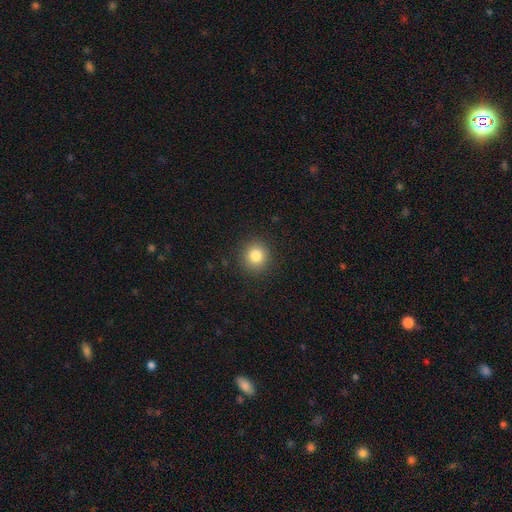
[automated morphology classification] Smooth or featured?
  - smooth: 83% *
  - star or artifact: 11%
  - featured or disk: 6%
How rounded?
  - round: 91% *
  - in between: 8%
  - cigar-shaped: 1%
Merging?
  - none: 91% *
  - minor disturbance: 6%
  - major disturbance: 2%
  - merger: 1%